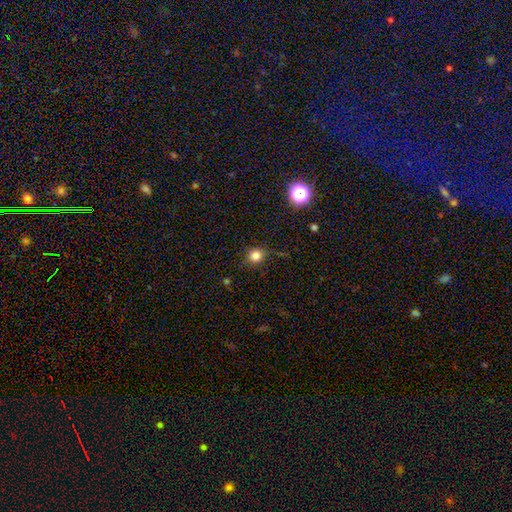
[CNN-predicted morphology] type=smooth (80%); roundness=round (87%); merging=none (79%).